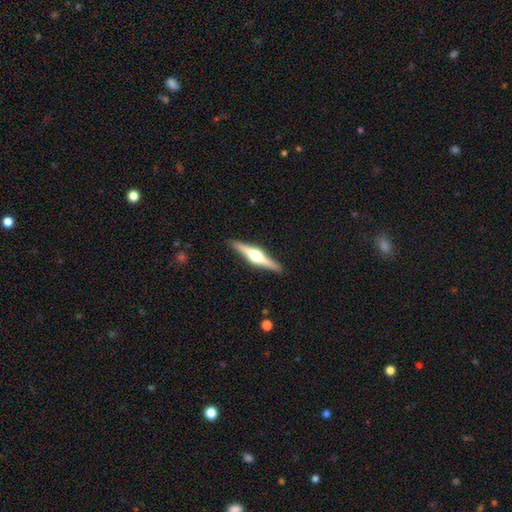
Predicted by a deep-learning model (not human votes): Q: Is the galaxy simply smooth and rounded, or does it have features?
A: featured or disk — 79%.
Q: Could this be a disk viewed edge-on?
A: yes — 98%.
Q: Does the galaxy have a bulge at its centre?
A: rounded — 95%.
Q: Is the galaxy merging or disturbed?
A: none — 91%.